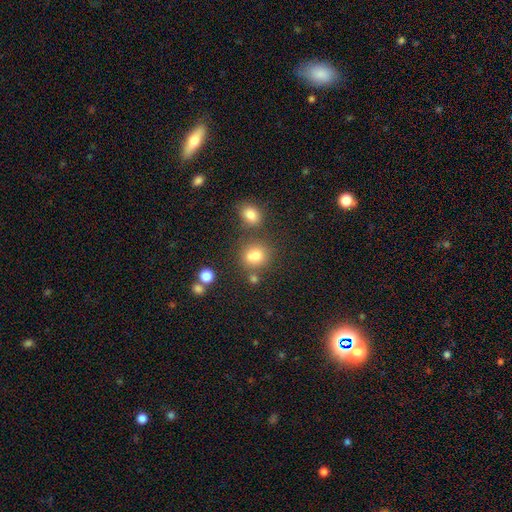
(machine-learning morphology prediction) Overall: smooth (77%). How rounded: round (74%). Merging: none (62%).